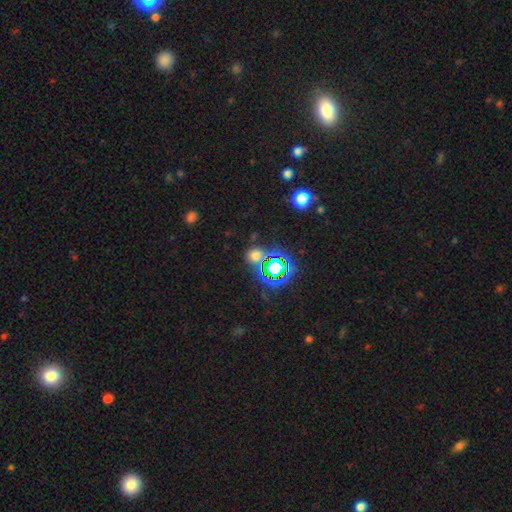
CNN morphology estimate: This appears to be a smooth galaxy with no disk features (48%). Merging: none (76%).